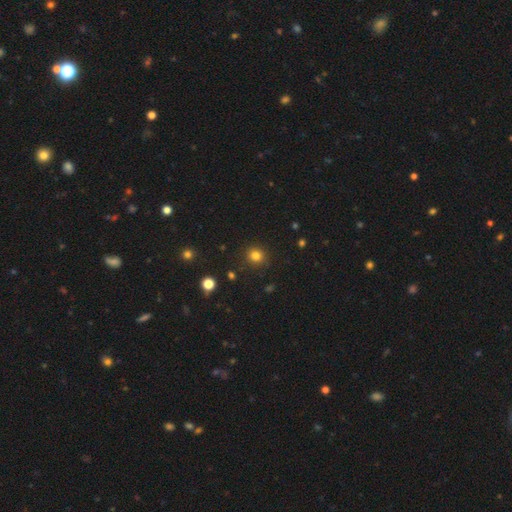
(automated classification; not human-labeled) This appears to be a smooth galaxy with no disk features (82%) that is round (90%). Merging: none (89%).